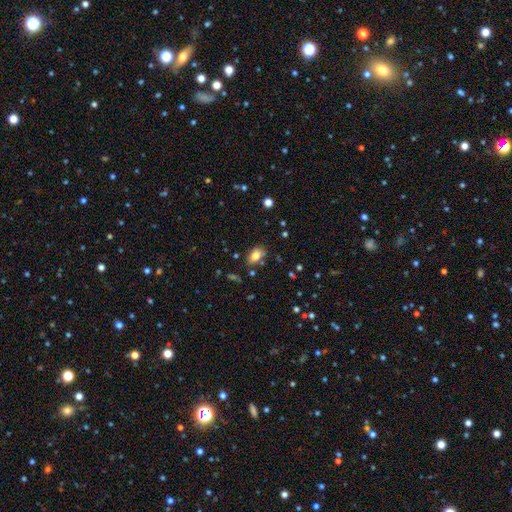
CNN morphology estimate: Smooth or featured? smooth (78%)
How rounded? in between (83%)
Merging? none (75%)